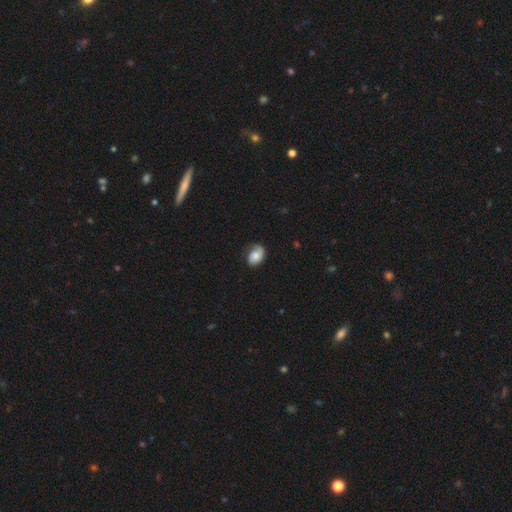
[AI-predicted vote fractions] Smooth or featured? smooth (54%)
How rounded? in between (76%)
Merging? none (57%)